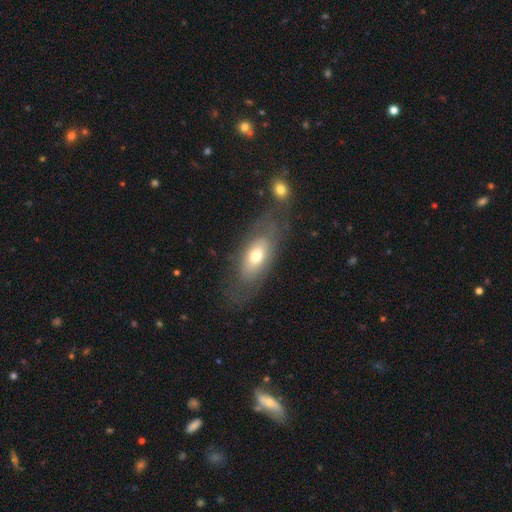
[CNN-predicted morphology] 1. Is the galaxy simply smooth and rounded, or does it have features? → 57% smooth, 35% featured or disk, 7% star or artifact.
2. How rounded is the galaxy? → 85% in between, 9% cigar-shaped, 6% round.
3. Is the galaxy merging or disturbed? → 61% none, 19% minor disturbance, 14% major disturbance, 6% merger.